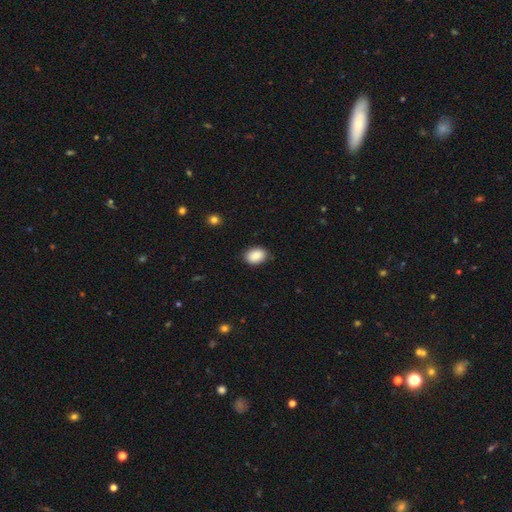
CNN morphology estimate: A smooth galaxy with no disk features (87%) that is in between round and cigar-shaped (78%). Merging: none (85%).